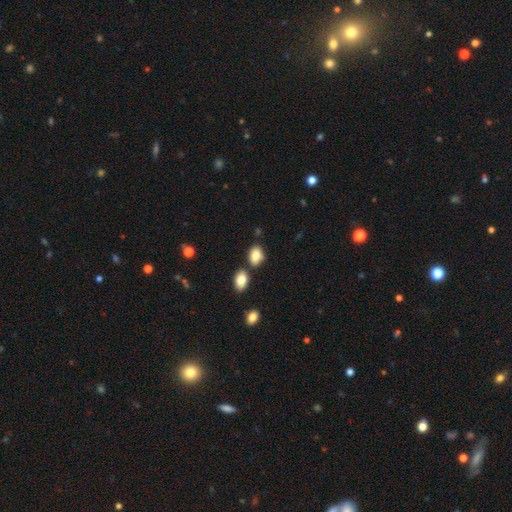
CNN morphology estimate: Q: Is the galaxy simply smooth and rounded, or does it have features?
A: smooth — 84%.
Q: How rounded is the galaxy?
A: in between — 80%.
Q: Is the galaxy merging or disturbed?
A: none — 69%.